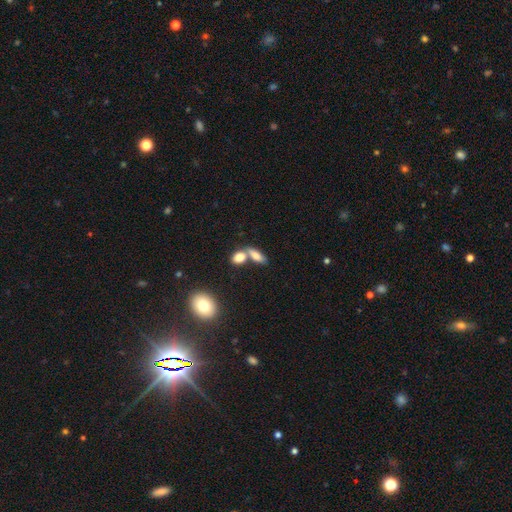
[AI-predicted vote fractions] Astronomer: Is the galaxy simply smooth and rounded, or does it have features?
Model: smooth — 77%.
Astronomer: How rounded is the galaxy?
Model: in between — 73%.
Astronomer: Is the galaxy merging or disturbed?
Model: merger — 45% (runner-up: none, 40%).